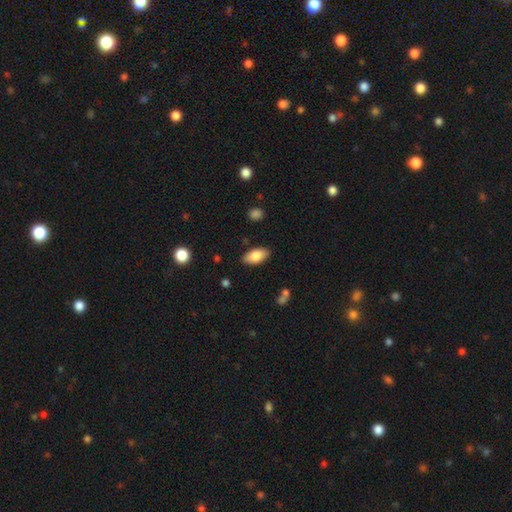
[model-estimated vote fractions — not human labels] smooth_or_featured: smooth (p=0.83) [alt: featured or disk p=0.10]
how_rounded: in between (p=0.92) [alt: cigar-shaped p=0.05]
merging: none (p=0.85) [alt: minor disturbance p=0.11]